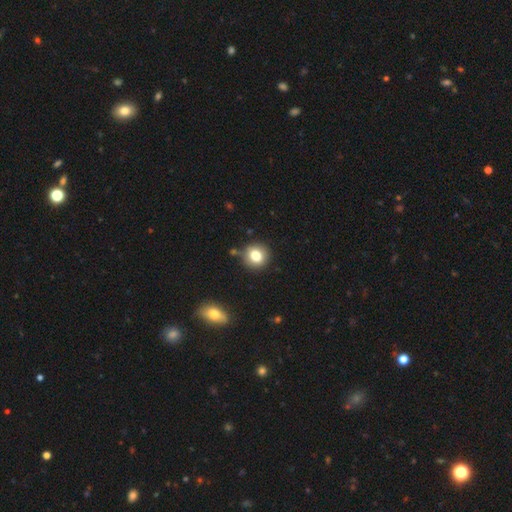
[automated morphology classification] Smooth or featured? Predicted: smooth (p=0.80). How rounded? Predicted: round (p=0.87). Merging? Predicted: none (p=0.84).